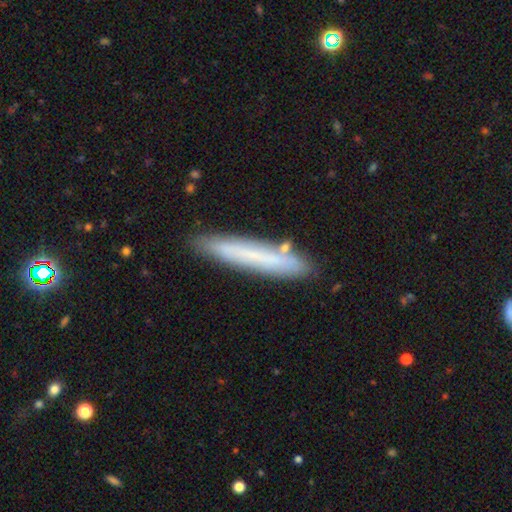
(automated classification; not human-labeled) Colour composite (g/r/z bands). It shows a smooth galaxy with no disk features (58%) that is cigar-shaped (94%). Merging: none (85%).